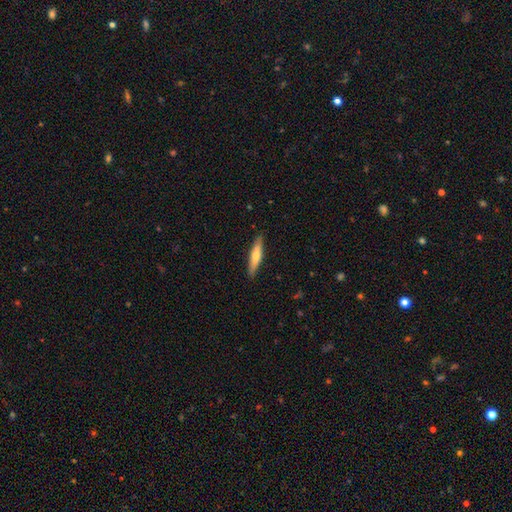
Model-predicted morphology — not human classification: This is likely a smooth galaxy (60%). How rounded: clearly cigar-shaped (86%). Merging: clearly none (89%).